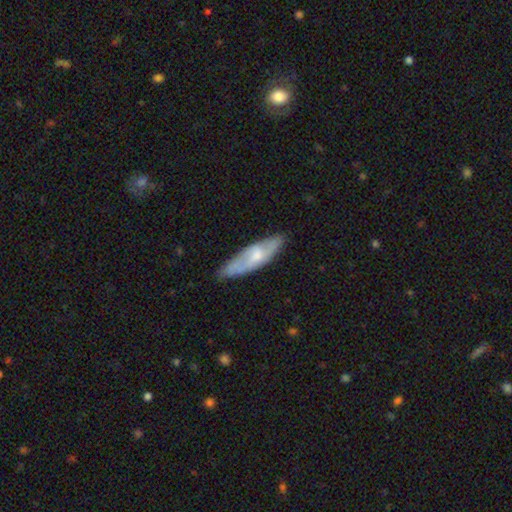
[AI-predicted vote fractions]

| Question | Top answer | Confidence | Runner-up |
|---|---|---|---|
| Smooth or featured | smooth | 49% | featured or disk (46%) |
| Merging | none | 77% | minor disturbance (18%) |